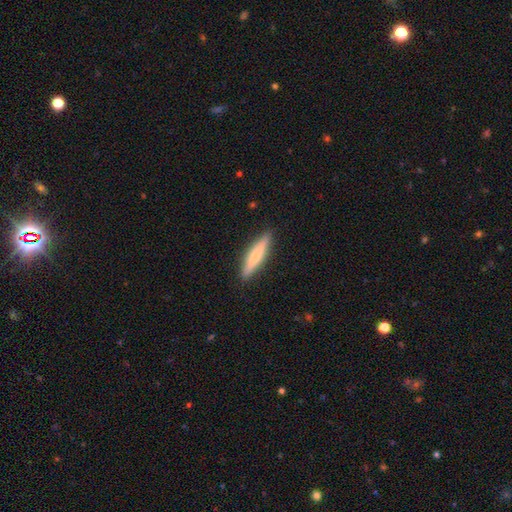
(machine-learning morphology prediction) The model was most divided on "smooth or featured": smooth: 67%, featured or disk: 28%, star or artifact: 6%. More confident: merging — none (90%); how rounded — cigar-shaped (86%).